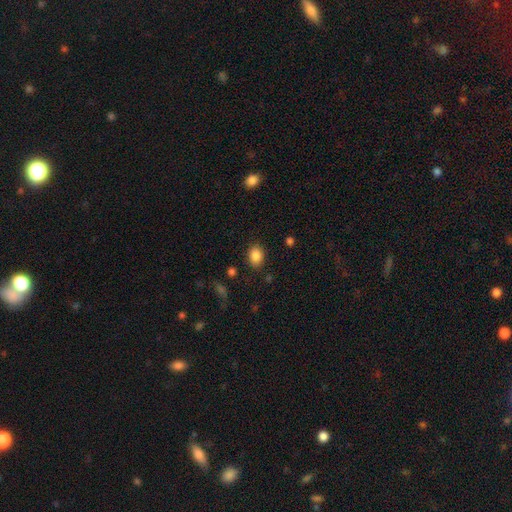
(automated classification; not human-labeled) Smooth or featured? Predicted: smooth (p=0.87). How rounded? Predicted: in between (p=0.61). Merging? Predicted: none (p=0.85).